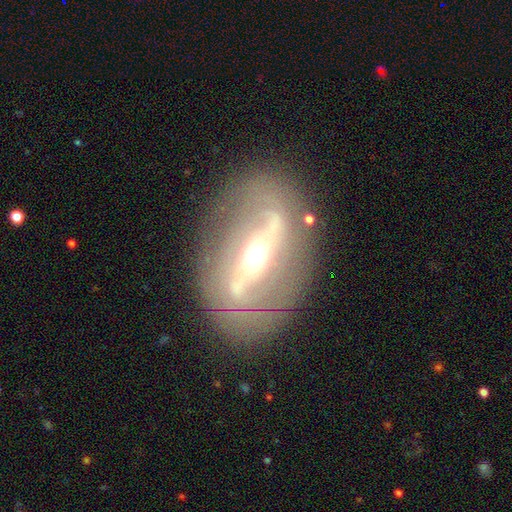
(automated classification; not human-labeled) This is clearly a featured or disk galaxy (81%). It is clearly not viewed edge-on (87%). Bar: likely strong (67%). Spiral arm pattern: likely yes (67%). Central bulge: likely moderate (66%). Merging: likely none (78%).